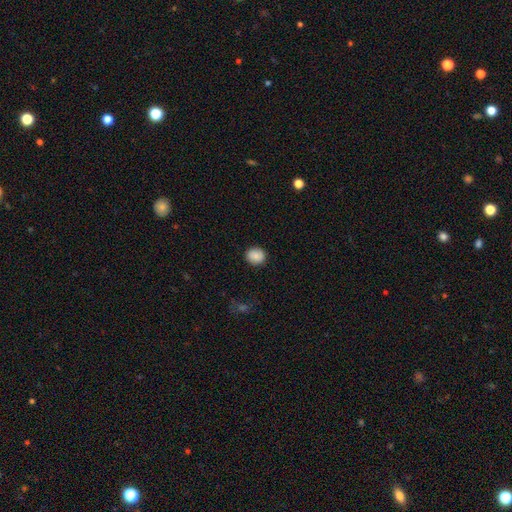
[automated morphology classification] This appears to be a smooth galaxy with no disk features (87%) that is round (76%). Merging: none (89%).